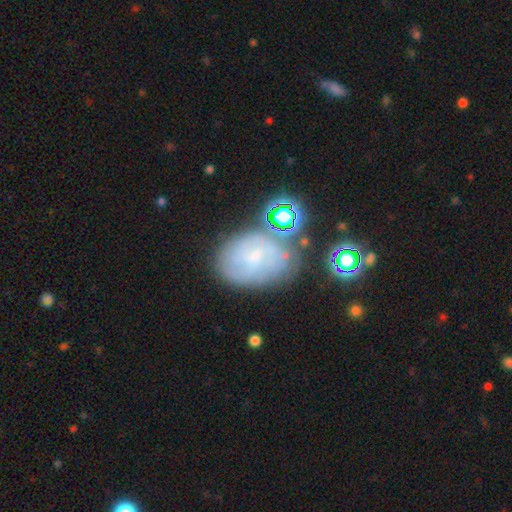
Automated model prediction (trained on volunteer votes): This appears to be a featured or disk galaxy (47%). Merging: none (57%).